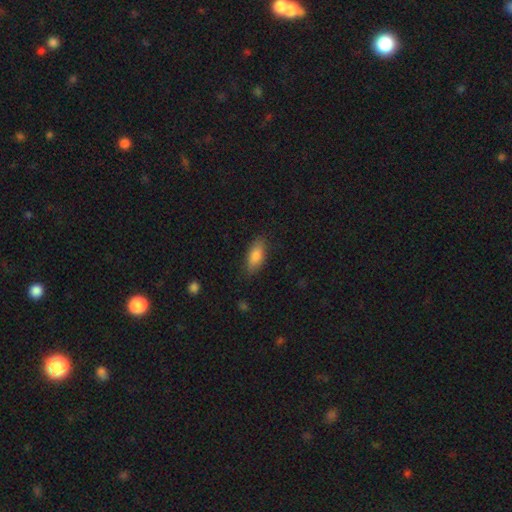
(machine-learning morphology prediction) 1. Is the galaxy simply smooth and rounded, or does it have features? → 85% smooth, 8% featured or disk, 7% star or artifact.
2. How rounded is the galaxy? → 82% in between, 16% cigar-shaped, 2% round.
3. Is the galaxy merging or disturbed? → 81% none, 14% minor disturbance, 4% major disturbance, 1% merger.